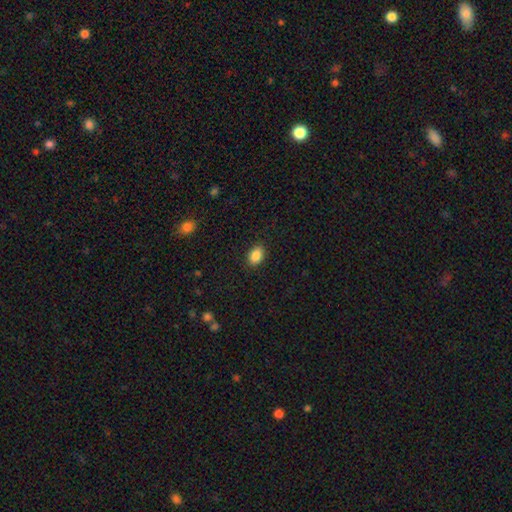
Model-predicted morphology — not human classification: This appears to be a smooth galaxy with no disk features (87%) that is in between round and cigar-shaped (83%). Merging: none (88%).